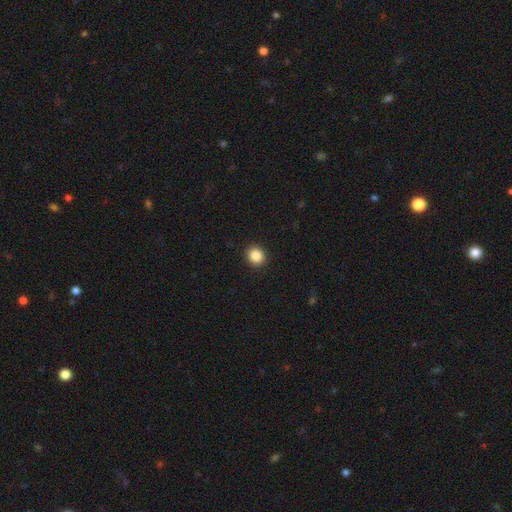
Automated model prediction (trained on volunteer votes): Smooth or featured?
  - smooth: 87% *
  - star or artifact: 10%
  - featured or disk: 3%
How rounded?
  - round: 85% *
  - in between: 14%
  - cigar-shaped: 1%
Merging?
  - none: 92% *
  - minor disturbance: 5%
  - major disturbance: 2%
  - merger: 1%